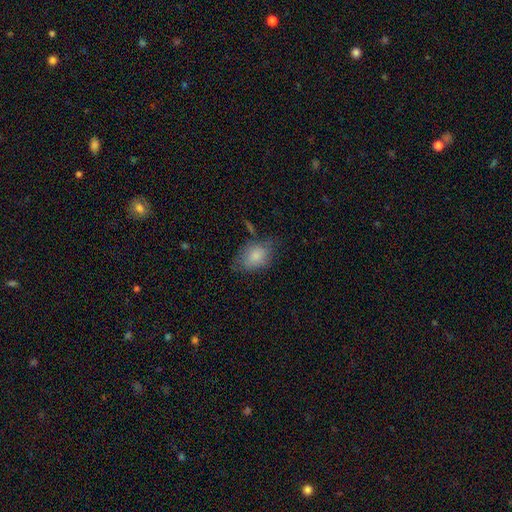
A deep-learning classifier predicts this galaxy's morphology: Overall: smooth (81%). How rounded: in between (76%). Merging: none (56%; minor disturbance 28%).